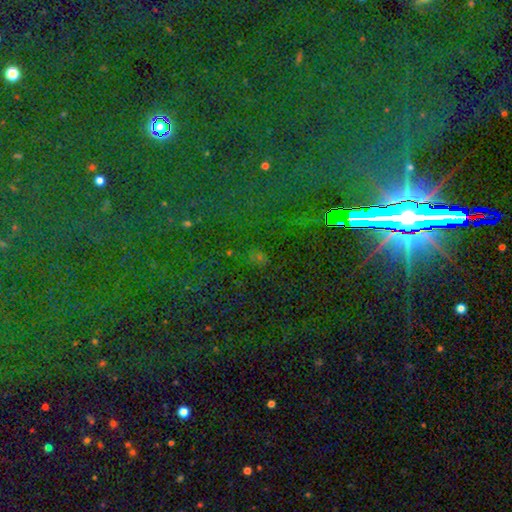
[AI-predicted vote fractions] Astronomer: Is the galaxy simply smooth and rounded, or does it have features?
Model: star or artifact — 82%.